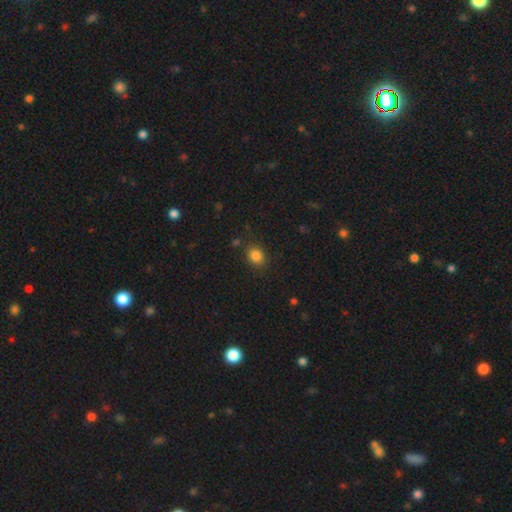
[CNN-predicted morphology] A smooth galaxy with no disk features (84%) that is round (62%).

Vote fractions:
- Smooth or featured? smooth: 84% / star or artifact: 11% / featured or disk: 5%
- How rounded? round: 62% / in between: 37% / cigar-shaped: 1%
- Merging? none: 83% / minor disturbance: 11% / major disturbance: 3% / merger: 3%